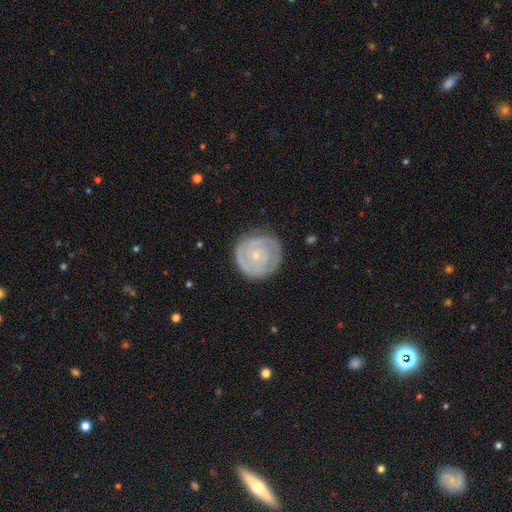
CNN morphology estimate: smooth-or-featured: featured or disk: 80% | smooth: 15% | star or artifact: 5%
  disk-edge-on: no: 98% | yes: 2%
    bar: no: 80% | weak: 16% | strong: 4%
    has-spiral-arms: yes: 94% | no: 6%
      spiral-winding: tight: 79% | medium: 17% | loose: 4%
      spiral-arm-count: 2: 49% | can't tell: 19% | 3: 16% | 1: 6% | 4: 5% | more than 4: 4%
    bulge-size: small: 83% | moderate: 12% | none: 2% | large: 1% | dominant: 1%
  merging: none: 84% | minor disturbance: 12% | major disturbance: 3% | merger: 1%